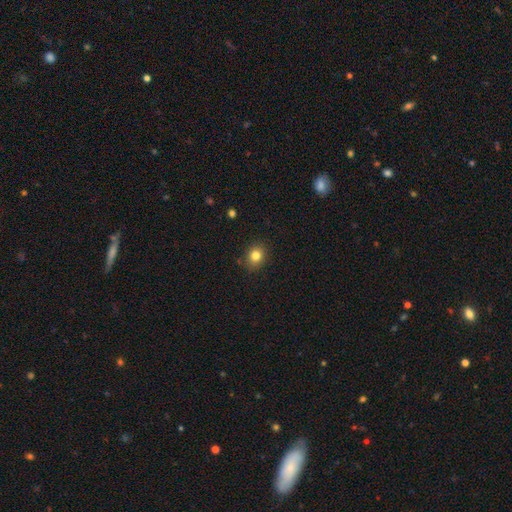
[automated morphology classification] smooth 82%, star or artifact 11%, featured or disk 7%. Down the decision tree: how rounded — round (65%); merging — none (86%).